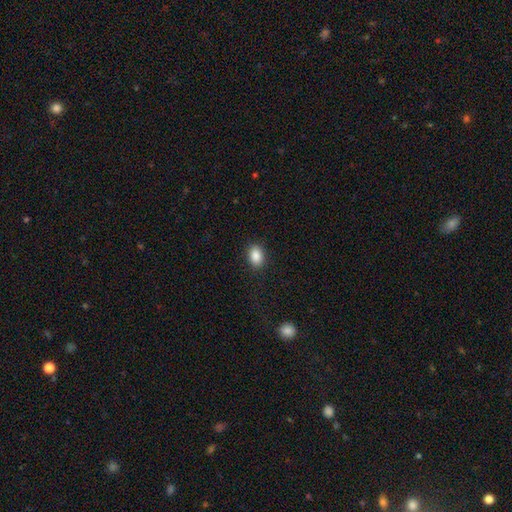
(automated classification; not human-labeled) Smooth or featured? smooth (88%)
How rounded? in between (81%)
Merging? none (89%)